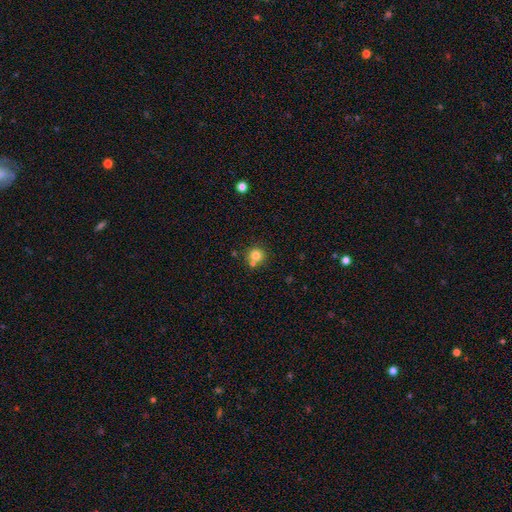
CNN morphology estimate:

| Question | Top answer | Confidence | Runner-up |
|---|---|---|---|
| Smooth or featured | smooth | 79% | star or artifact (12%) |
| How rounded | round | 91% | in between (8%) |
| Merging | none | 65% | merger (24%) |